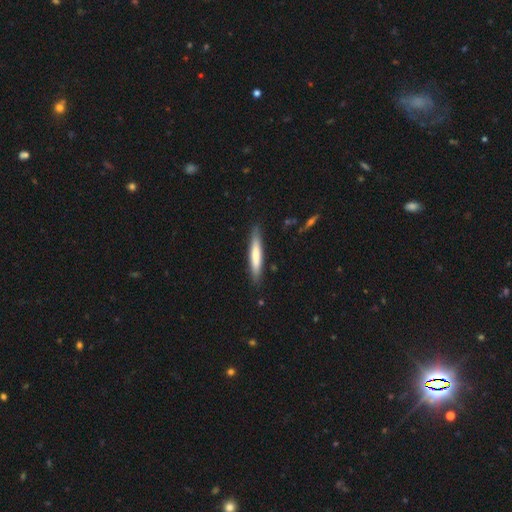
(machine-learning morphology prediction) smooth_or_featured: smooth (p=0.69) [alt: featured or disk p=0.26]
how_rounded: cigar-shaped (p=0.91) [alt: in between p=0.08]
merging: none (p=0.86) [alt: minor disturbance p=0.10]